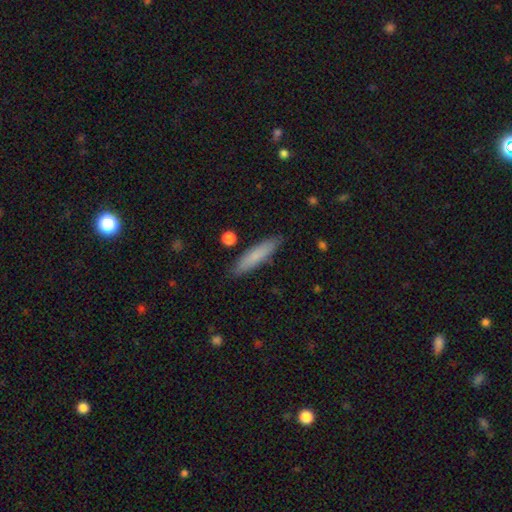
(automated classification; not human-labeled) This appears to be a smooth galaxy with no disk features (80%) that is cigar-shaped (84%). Merging: none (87%).